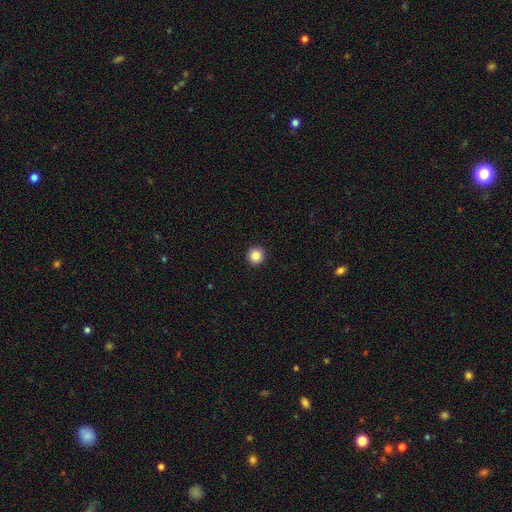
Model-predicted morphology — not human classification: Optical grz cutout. It shows a smooth galaxy with no disk features (86%) that is round (96%). Merging: none (94%).